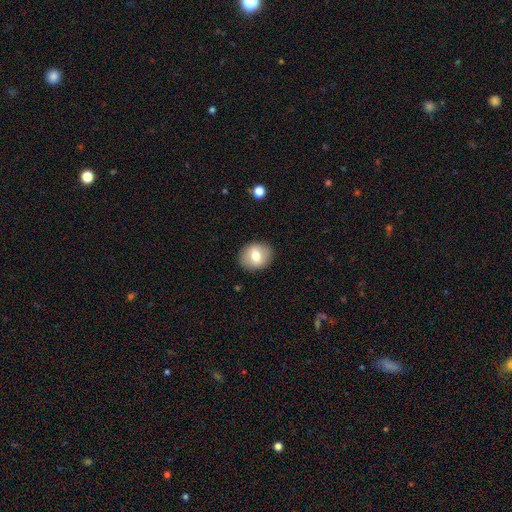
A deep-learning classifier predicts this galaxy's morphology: type=smooth (68%); roundness=round (56%); merging=none (88%).